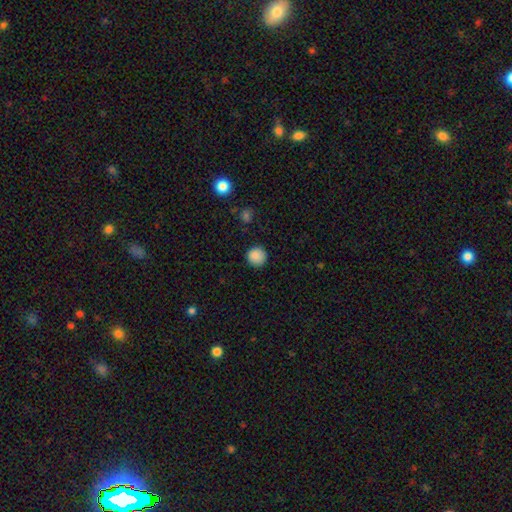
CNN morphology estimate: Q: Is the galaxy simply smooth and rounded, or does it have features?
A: smooth — 87%.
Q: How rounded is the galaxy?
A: round — 95%.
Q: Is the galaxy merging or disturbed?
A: none — 90%.